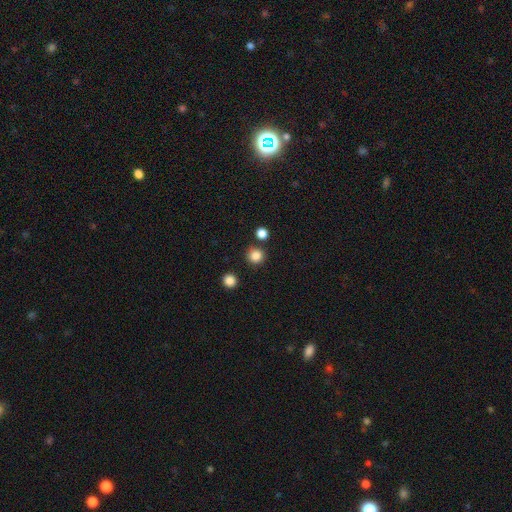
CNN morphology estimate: This appears to be a smooth galaxy with no disk features (84%) that is round (94%). Merging: none (86%).